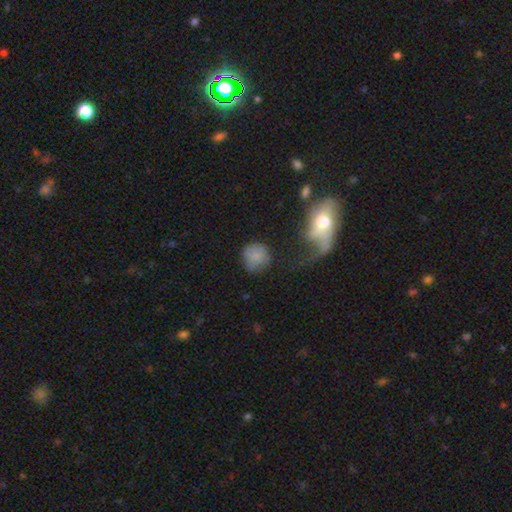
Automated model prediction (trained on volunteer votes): Smooth or featured? smooth (73%)
How rounded? round (88%)
Merging? none (62%)